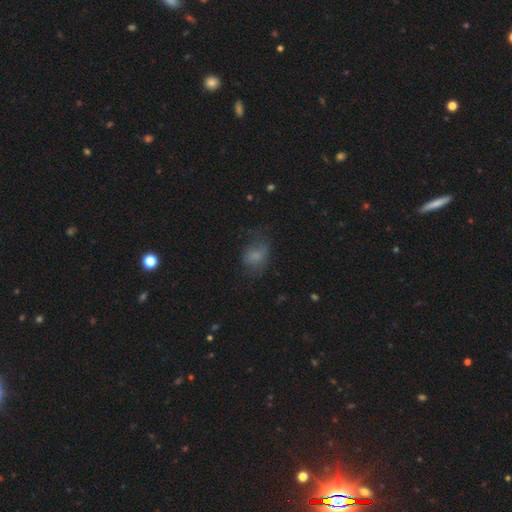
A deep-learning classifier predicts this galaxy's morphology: This appears to be a smooth galaxy with no disk features (69%) that is in between round and cigar-shaped (68%). Merging: none (48%).